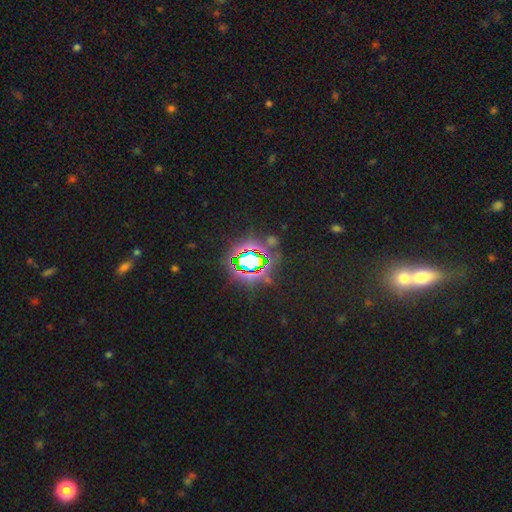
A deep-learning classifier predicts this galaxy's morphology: This appears to be a star or artifact, not a galaxy (79%).